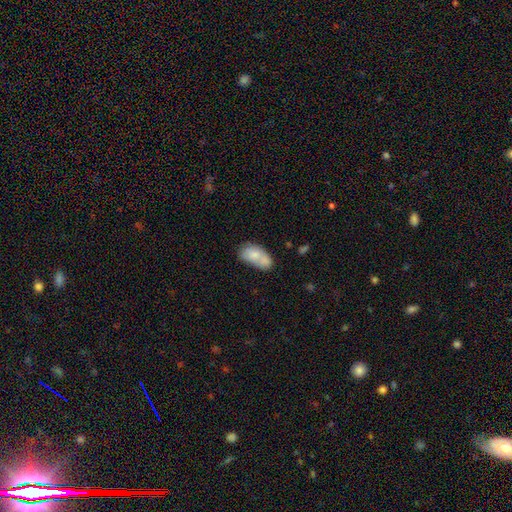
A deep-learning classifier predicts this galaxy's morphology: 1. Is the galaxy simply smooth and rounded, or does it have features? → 72% smooth, 21% featured or disk, 7% star or artifact.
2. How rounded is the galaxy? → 90% in between, 8% round, 3% cigar-shaped.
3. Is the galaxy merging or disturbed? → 44% merger, 29% none, 19% minor disturbance, 8% major disturbance.